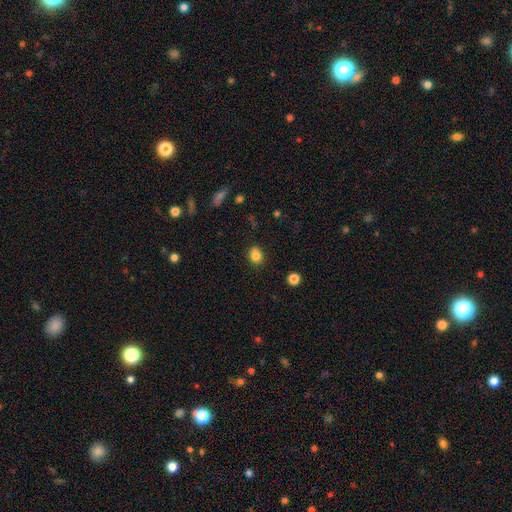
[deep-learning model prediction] This is clearly a smooth galaxy (82%). How rounded: likely round (66%). Merging: likely none (73%).